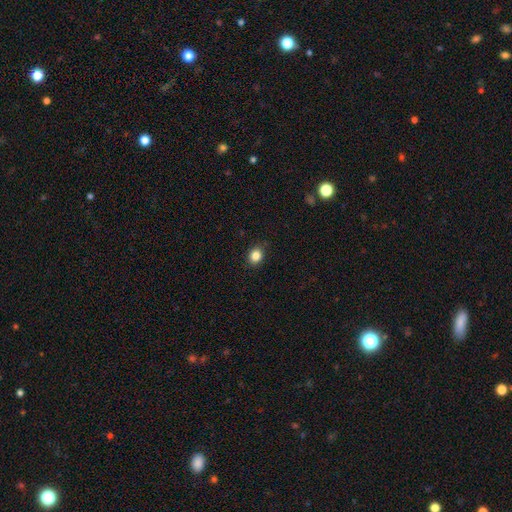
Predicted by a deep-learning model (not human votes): smooth_or_featured: smooth (p=0.85) [alt: star or artifact p=0.10]
how_rounded: round (p=0.59) [alt: in between p=0.40]
merging: none (p=0.87) [alt: minor disturbance p=0.10]